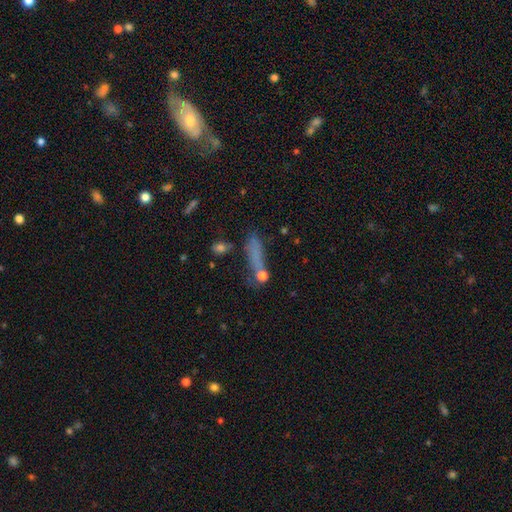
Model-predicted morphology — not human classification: This is likely a smooth galaxy (62%). How rounded: likely cigar-shaped (73%). Merging: possibly none (56%).